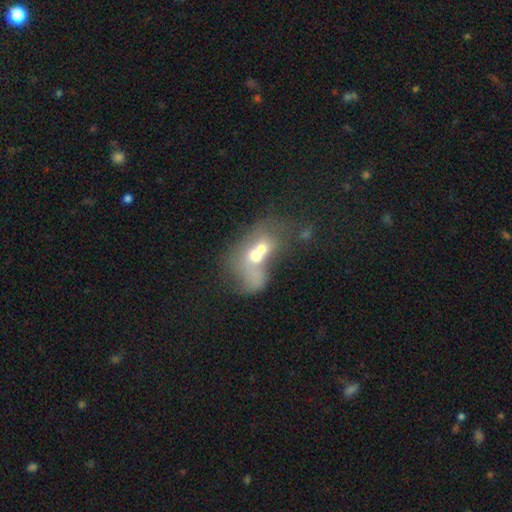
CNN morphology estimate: Overall: smooth (51%; featured or disk 37%). How rounded: in between (56%; round 42%). Merging: merger (78%).